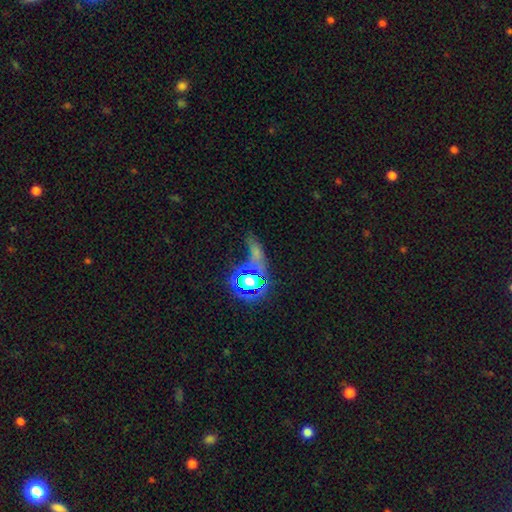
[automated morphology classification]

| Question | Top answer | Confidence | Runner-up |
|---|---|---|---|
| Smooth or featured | star or artifact | 51% | smooth (35%) |